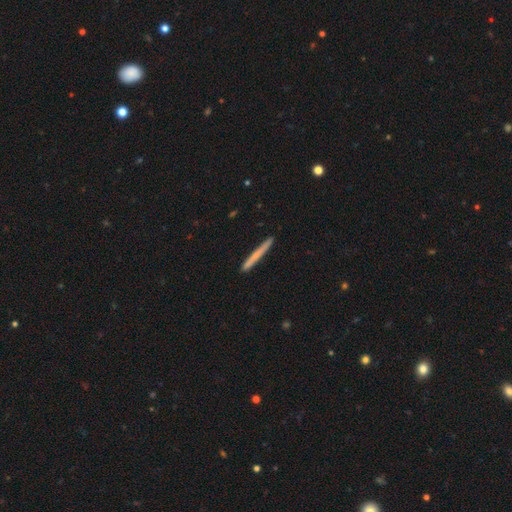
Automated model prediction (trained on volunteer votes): The model was most divided on "smooth or featured": smooth: 58%, featured or disk: 37%, star or artifact: 6%. More confident: how rounded — cigar-shaped (97%); merging — none (90%).